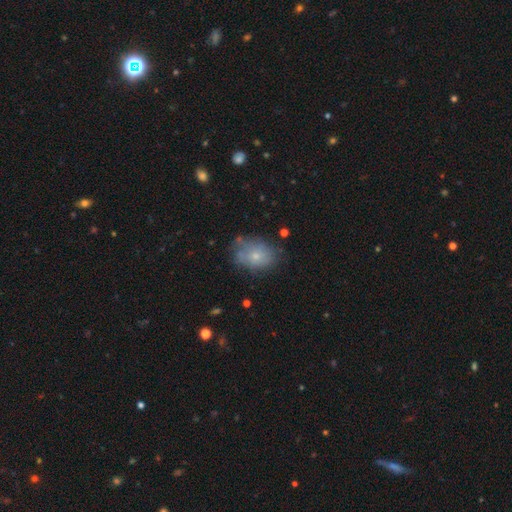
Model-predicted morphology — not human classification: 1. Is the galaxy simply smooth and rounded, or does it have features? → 66% smooth, 23% featured or disk, 10% star or artifact.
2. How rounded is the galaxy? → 69% in between, 29% round, 1% cigar-shaped.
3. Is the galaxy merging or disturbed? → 57% none, 27% minor disturbance, 12% major disturbance, 4% merger.